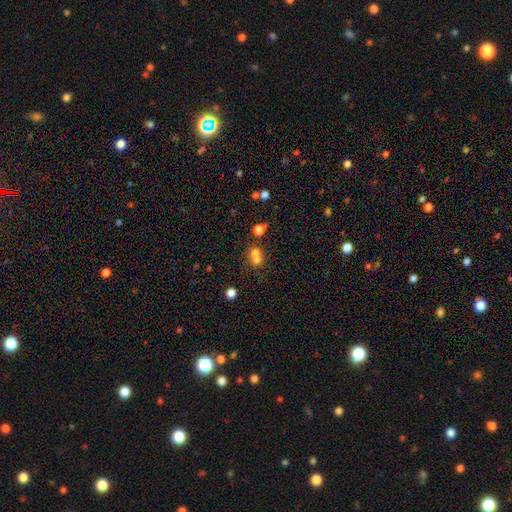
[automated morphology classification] Smooth or featured? Predicted: smooth (p=0.67). How rounded? Predicted: round (p=0.72). Merging? Predicted: merger (p=0.61).